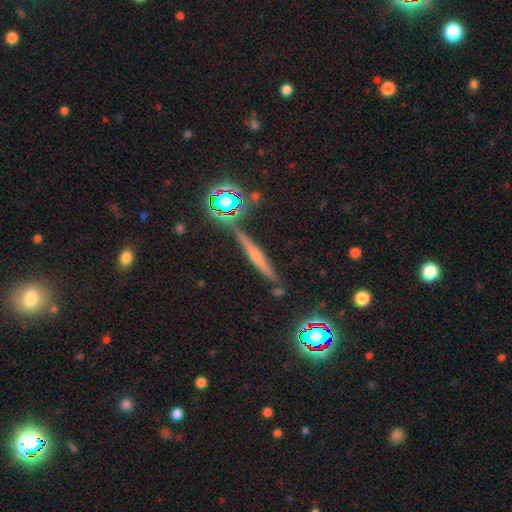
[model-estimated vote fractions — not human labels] A featured or disk galaxy (44%). Merging: none (84%).